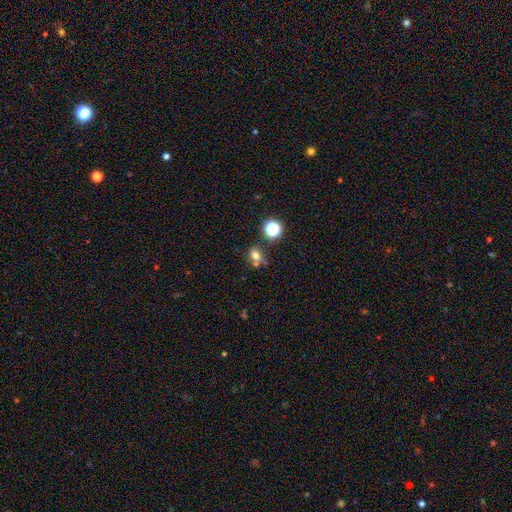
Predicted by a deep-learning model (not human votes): Morphology: type=smooth (68%); roundness=round (69%); merging=none (58%).